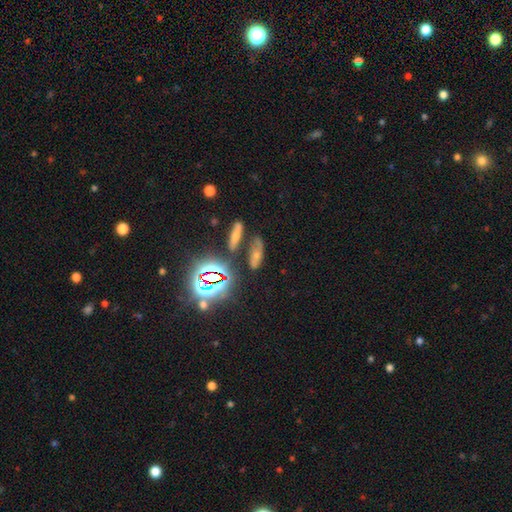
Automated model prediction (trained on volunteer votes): smooth 45%, star or artifact 32%, featured or disk 23%. Down the decision tree: merging — none (55%).